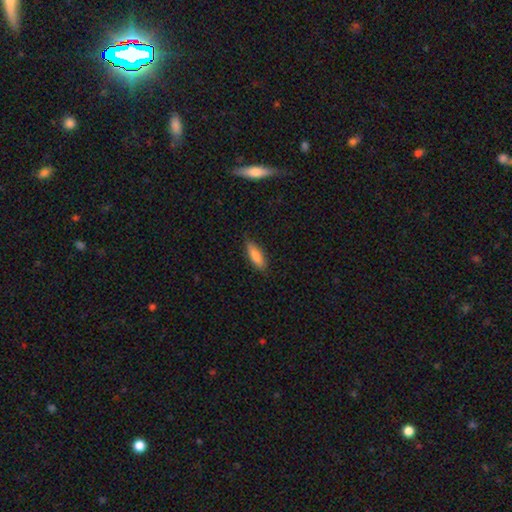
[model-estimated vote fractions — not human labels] A smooth galaxy with no disk features (80%) that is in between round and cigar-shaped (50%).

Vote fractions:
- Smooth or featured? smooth: 80% / featured or disk: 13% / star or artifact: 7%
- How rounded? in between: 50% / cigar-shaped: 49% / round: 2%
- Merging? none: 83% / minor disturbance: 14% / major disturbance: 2% / merger: 1%